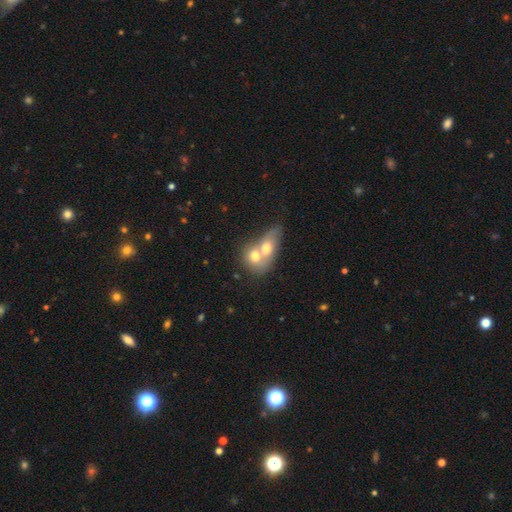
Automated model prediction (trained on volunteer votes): This is likely a smooth galaxy (61%). How rounded: possibly in between (50%). Merging: likely merger (79%).